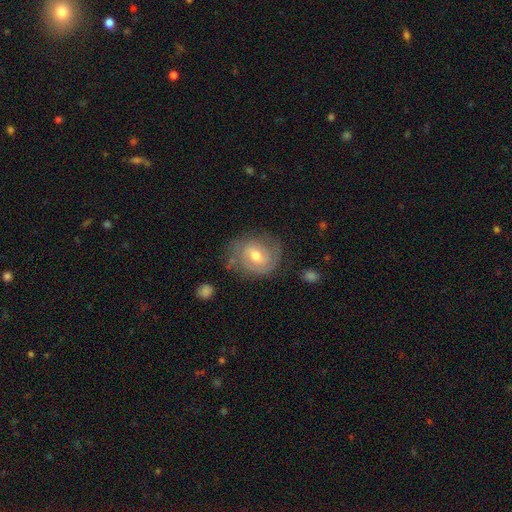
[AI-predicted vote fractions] The model was most divided on "bar": weak: 48%, no: 41%, strong: 12%. More confident: edge-on disk — no (97%); spiral arms — yes (85%); bulge size — moderate (71%); merging — none (70%); smooth or featured — featured or disk (70%); spiral winding — tight (61%); spiral arm count — 2 (54%).